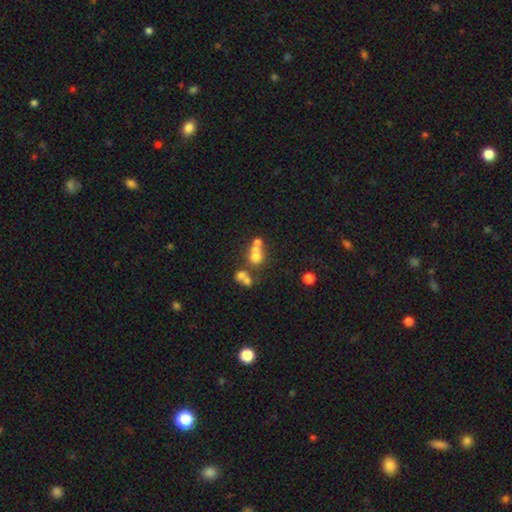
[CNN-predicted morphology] Smooth or featured? smooth (57%)
How rounded? round (78%)
Merging? merger (52%)